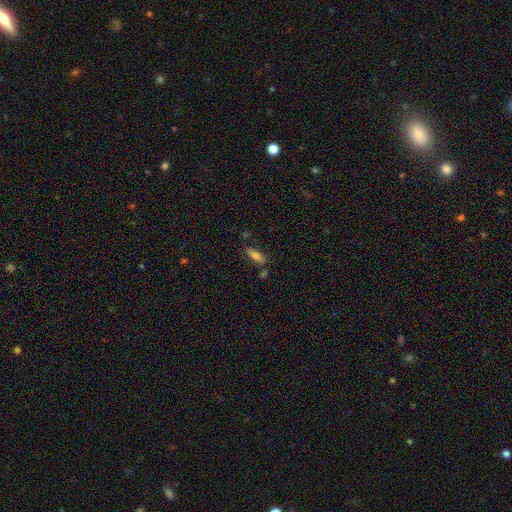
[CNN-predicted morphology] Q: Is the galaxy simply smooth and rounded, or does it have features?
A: smooth — 67%.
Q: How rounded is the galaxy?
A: in between — 56%.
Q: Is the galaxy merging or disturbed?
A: none — 73%.